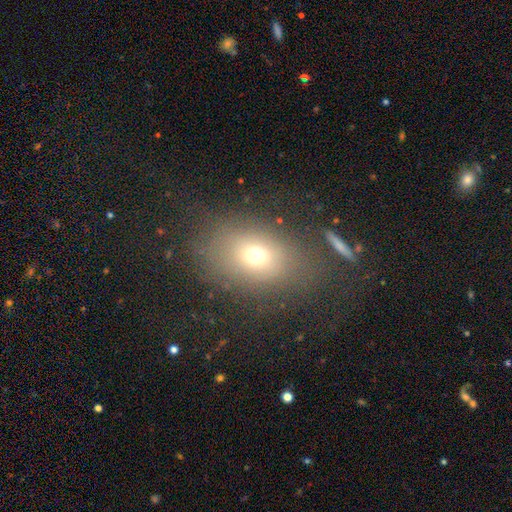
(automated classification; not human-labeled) Q: Smooth or featured?
A: smooth (66%); runner-up: star or artifact (17%)
Q: How rounded?
A: in between (61%); runner-up: round (37%)
Q: Merging?
A: none (66%); runner-up: minor disturbance (16%)